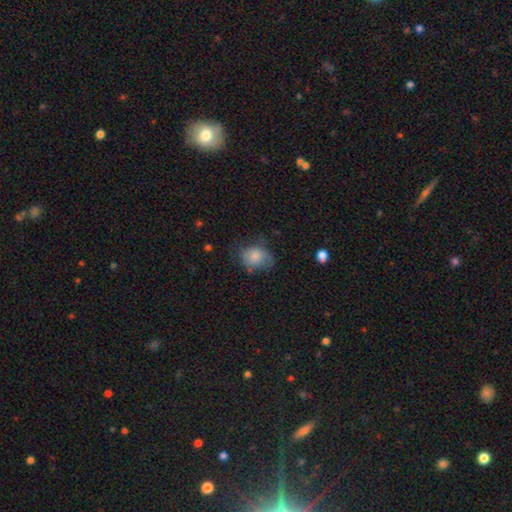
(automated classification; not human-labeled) Smooth or featured: smooth — 76% (featured or disk — 15%)
How rounded: round — 50% (in between — 49%)
Merging: none — 50% (minor disturbance — 32%)